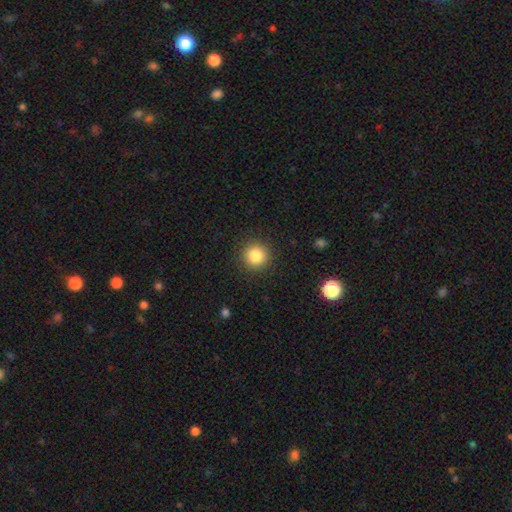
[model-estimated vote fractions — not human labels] This is clearly a smooth galaxy (84%). How rounded: clearly round (95%). Merging: clearly none (91%).